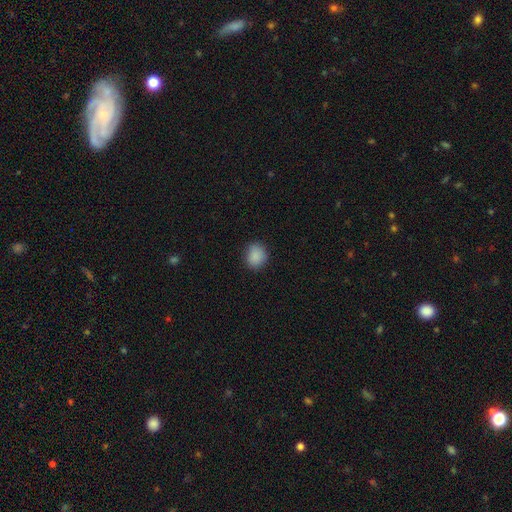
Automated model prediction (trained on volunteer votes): Morphology: type=smooth (88%); roundness=round (70%); merging=none (85%).